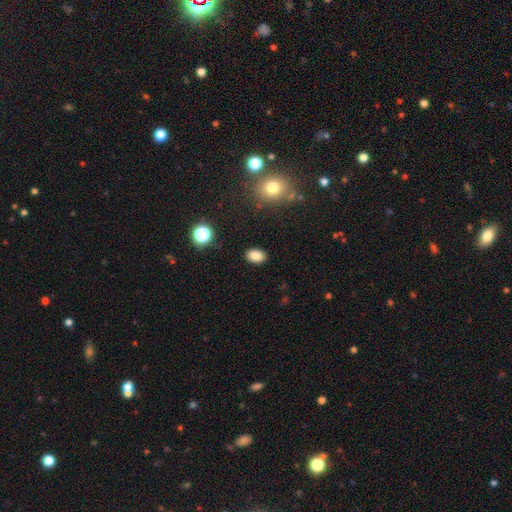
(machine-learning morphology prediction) The model was most divided on "how rounded": in between: 80%, round: 19%, cigar-shaped: 1%. More confident: merging — none (88%); smooth or featured — smooth (85%).